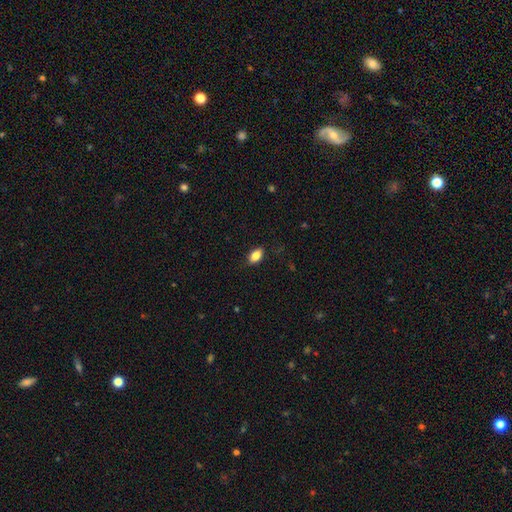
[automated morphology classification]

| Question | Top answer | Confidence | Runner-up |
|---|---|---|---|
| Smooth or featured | smooth | 83% | featured or disk (9%) |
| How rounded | in between | 88% | round (8%) |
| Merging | none | 83% | minor disturbance (13%) |